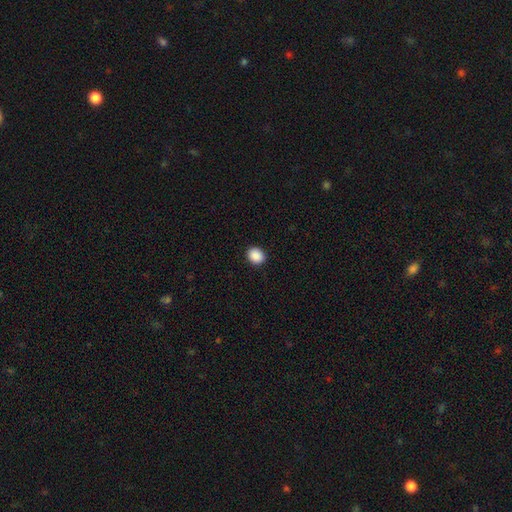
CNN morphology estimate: smooth_or_featured: smooth (p=0.90) [alt: star or artifact p=0.08]
how_rounded: round (p=0.69) [alt: in between p=0.30]
merging: none (p=0.92) [alt: minor disturbance p=0.05]